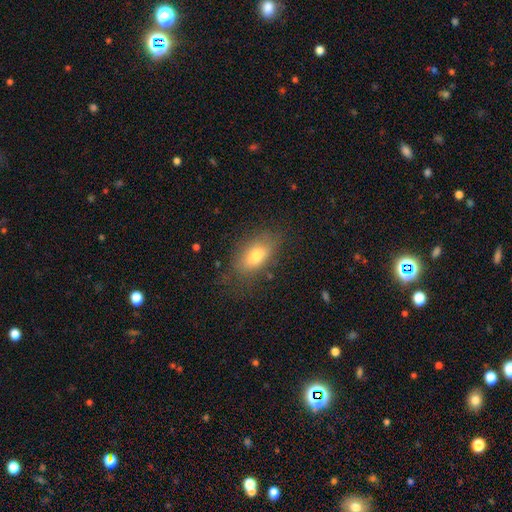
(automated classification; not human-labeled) A smooth galaxy with no disk features (73%) that is in between round and cigar-shaped (84%). Merging: none (75%).